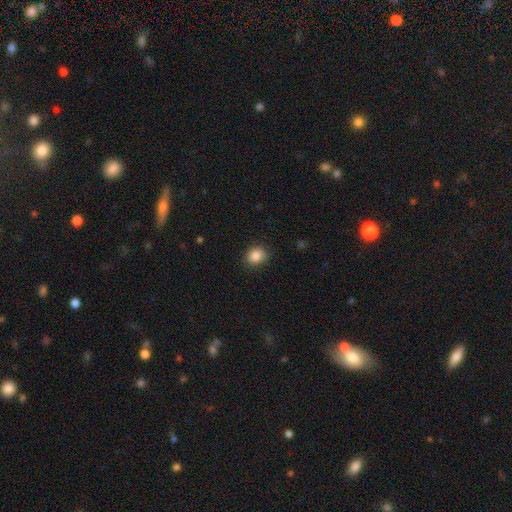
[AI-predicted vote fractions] The model was most divided on "how rounded": round: 69%, in between: 30%, cigar-shaped: 1%. More confident: merging — none (87%); smooth or featured — smooth (86%).